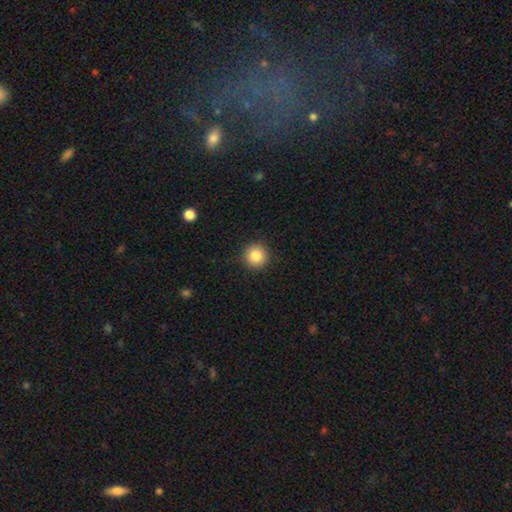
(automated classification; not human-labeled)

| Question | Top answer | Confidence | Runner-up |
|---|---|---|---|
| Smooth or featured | smooth | 85% | star or artifact (10%) |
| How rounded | round | 94% | in between (5%) |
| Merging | none | 91% | minor disturbance (6%) |